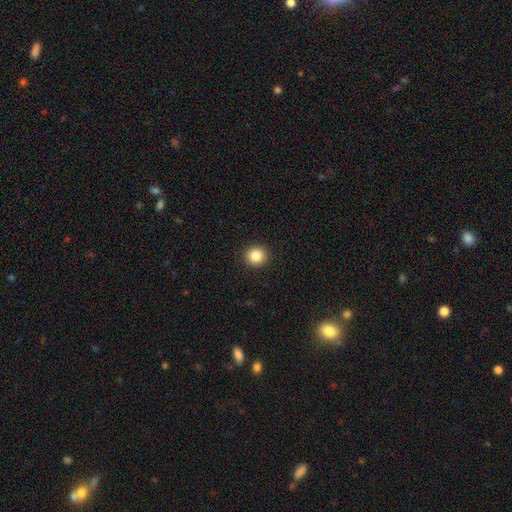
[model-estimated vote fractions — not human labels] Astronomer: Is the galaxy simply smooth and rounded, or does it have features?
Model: smooth — 85%.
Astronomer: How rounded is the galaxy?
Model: round — 92%.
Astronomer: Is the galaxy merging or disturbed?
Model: none — 93%.